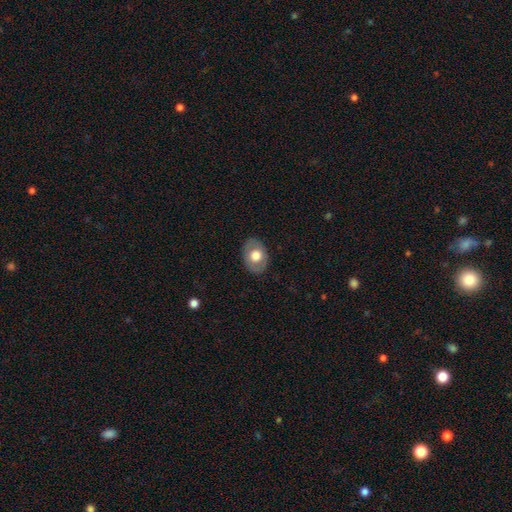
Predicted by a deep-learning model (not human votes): smooth 61%, featured or disk 33%, star or artifact 6%. Down the decision tree: how rounded — in between (73%); merging — none (83%).